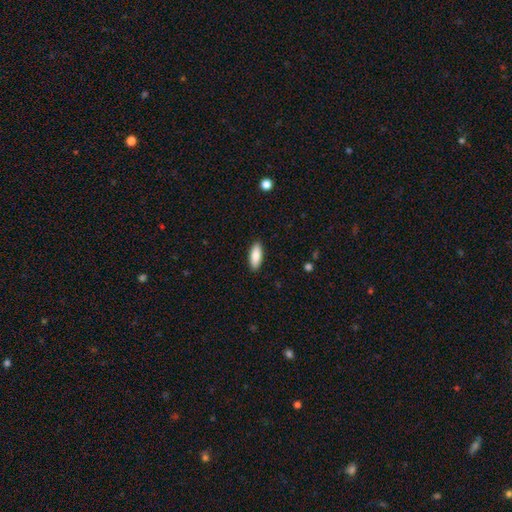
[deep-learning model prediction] Smooth or featured: smooth — 87% (featured or disk — 8%)
How rounded: in between — 74% (cigar-shaped — 25%)
Merging: none — 90% (minor disturbance — 7%)